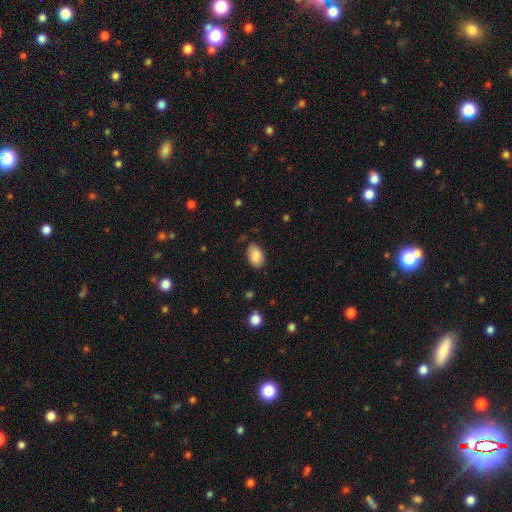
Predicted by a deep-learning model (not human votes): The model was most divided on "merging": none: 79%, minor disturbance: 16%, major disturbance: 3%, merger: 1%. More confident: how rounded — in between (92%); smooth or featured — smooth (87%).